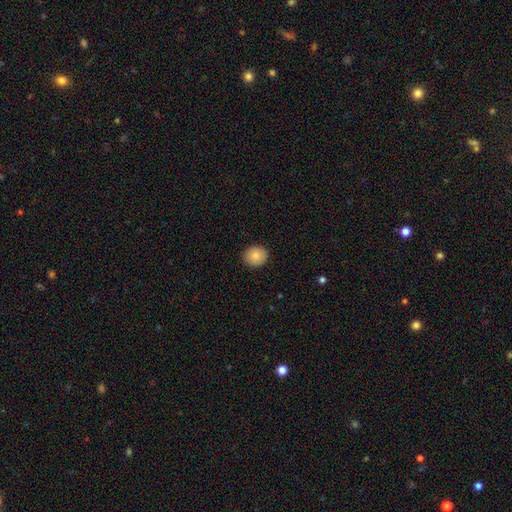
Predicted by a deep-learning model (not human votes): Smooth or featured? smooth (85%)
How rounded? round (72%)
Merging? none (90%)